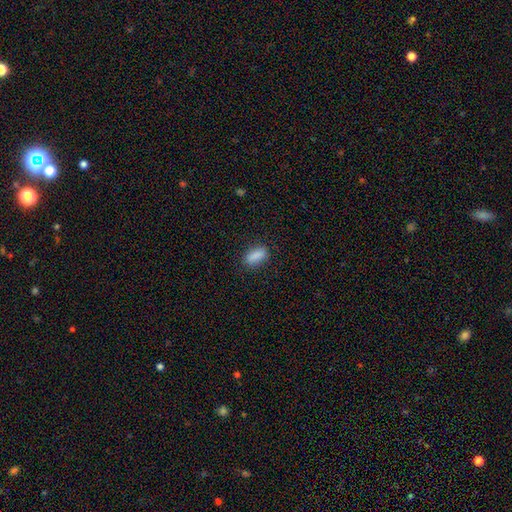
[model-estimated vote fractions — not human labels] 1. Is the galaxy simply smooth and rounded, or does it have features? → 86% smooth, 8% star or artifact, 6% featured or disk.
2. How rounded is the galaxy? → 77% in between, 19% cigar-shaped, 4% round.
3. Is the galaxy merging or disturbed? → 81% none, 14% minor disturbance, 3% major disturbance, 2% merger.